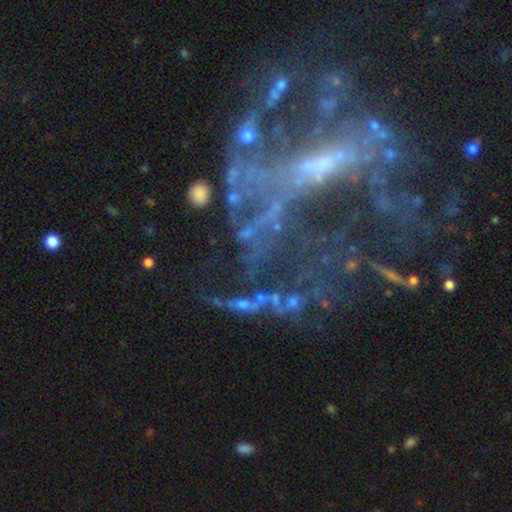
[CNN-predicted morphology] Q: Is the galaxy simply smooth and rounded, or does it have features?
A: featured or disk — 52%.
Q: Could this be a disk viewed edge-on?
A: no — 85%.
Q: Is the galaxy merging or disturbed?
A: none — 44%.